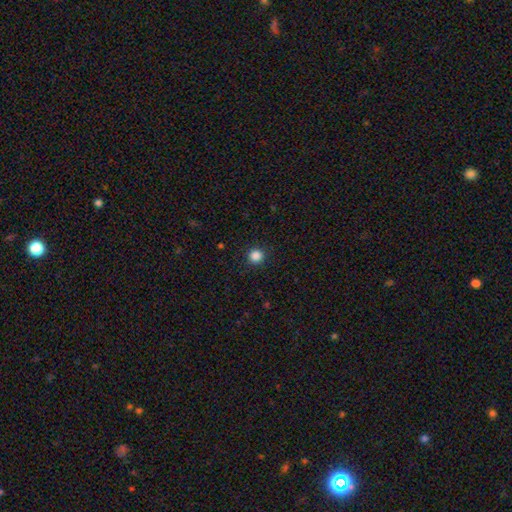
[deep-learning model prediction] Smooth or featured? Predicted: smooth (p=0.86). How rounded? Predicted: round (p=0.93). Merging? Predicted: none (p=0.91).